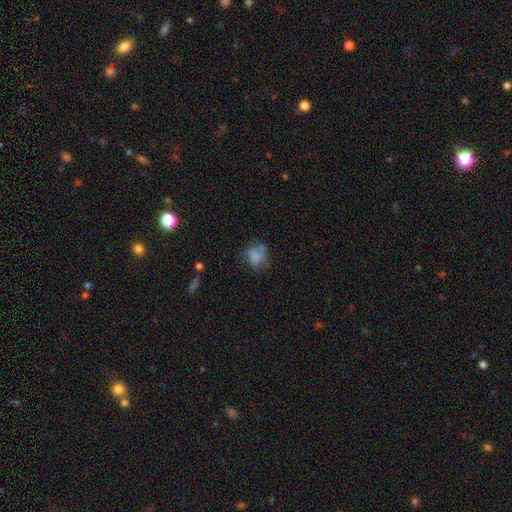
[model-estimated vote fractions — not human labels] Overall: smooth (66%). How rounded: round (54%; in between 45%). Merging: none (44%; minor disturbance 28%).